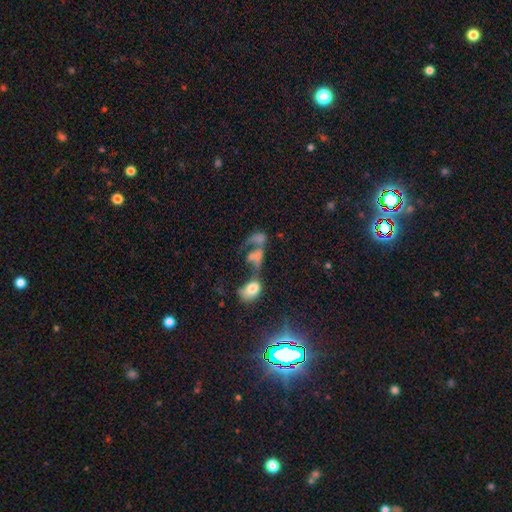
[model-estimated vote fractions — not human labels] Morphology: type=smooth (49%); merging=merger (61%).